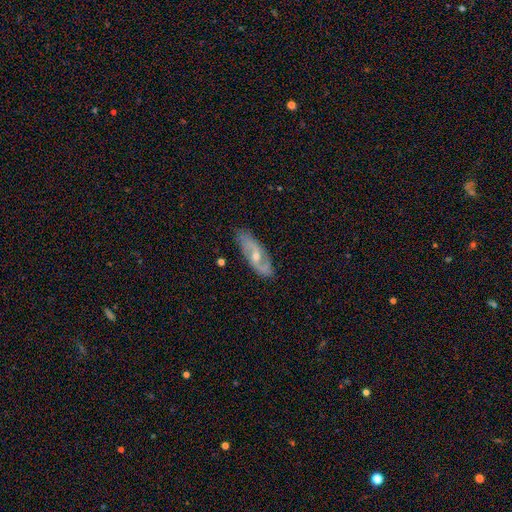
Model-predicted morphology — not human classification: Q: Smooth or featured?
A: featured or disk (78%); runner-up: smooth (16%)
Q: Edge-on disk?
A: no (87%); runner-up: yes (13%)
Q: Bar?
A: weak (44%); tied with: no (44%)
Q: Spiral arms?
A: yes (92%); runner-up: no (8%)
Q: Spiral winding?
A: medium (44%); runner-up: loose (36%)
Q: Spiral arm count?
A: 2 (87%); runner-up: can't tell (7%)
Q: Bulge size?
A: moderate (54%); runner-up: small (41%)
Q: Merging?
A: none (82%); runner-up: minor disturbance (13%)